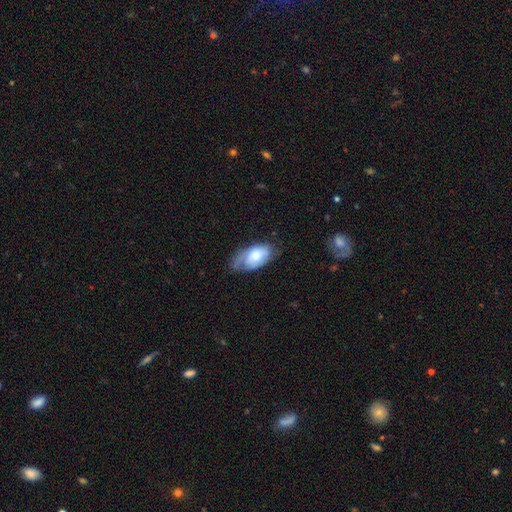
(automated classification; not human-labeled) Overall: featured or disk (48%; smooth 46%). Merging: none (50%; minor disturbance 33%).